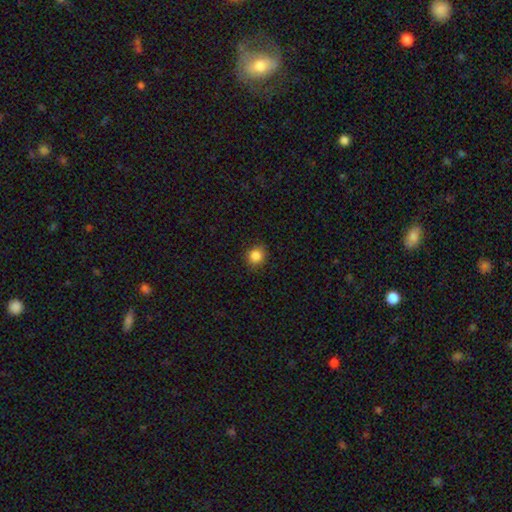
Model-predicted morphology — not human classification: Smooth or featured? Predicted: smooth (p=0.85). How rounded? Predicted: round (p=0.86). Merging? Predicted: none (p=0.88).